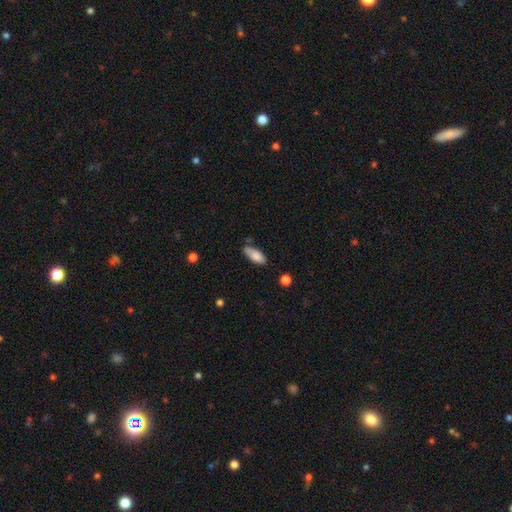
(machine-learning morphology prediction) Q: Smooth or featured?
A: smooth (83%); runner-up: featured or disk (11%)
Q: How rounded?
A: in between (75%); runner-up: cigar-shaped (23%)
Q: Merging?
A: none (70%); runner-up: minor disturbance (21%)